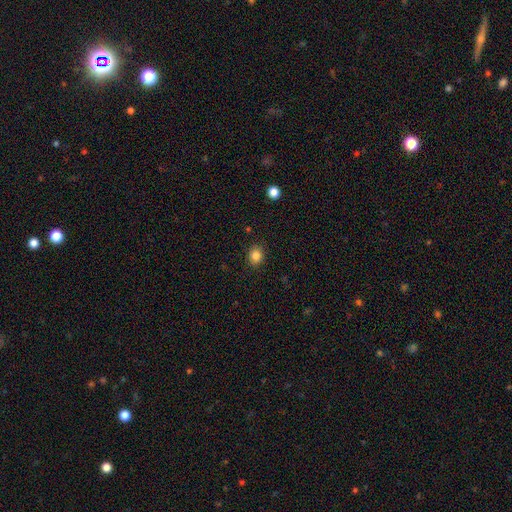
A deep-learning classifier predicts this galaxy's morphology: type=smooth (84%); roundness=round (64%); merging=none (89%).